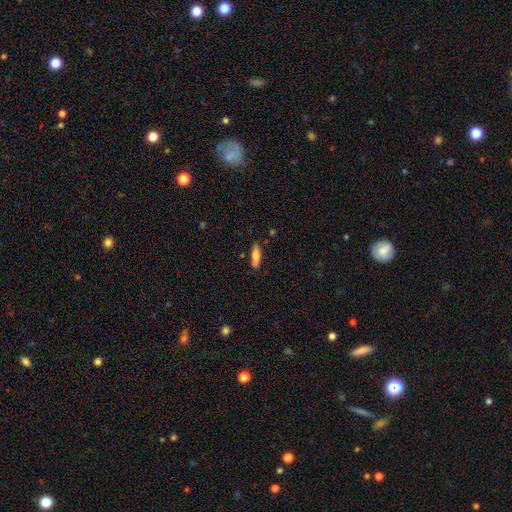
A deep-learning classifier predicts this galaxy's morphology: Q: Smooth or featured?
A: smooth (65%); runner-up: featured or disk (28%)
Q: How rounded?
A: cigar-shaped (61%); runner-up: in between (37%)
Q: Merging?
A: none (75%); runner-up: minor disturbance (16%)